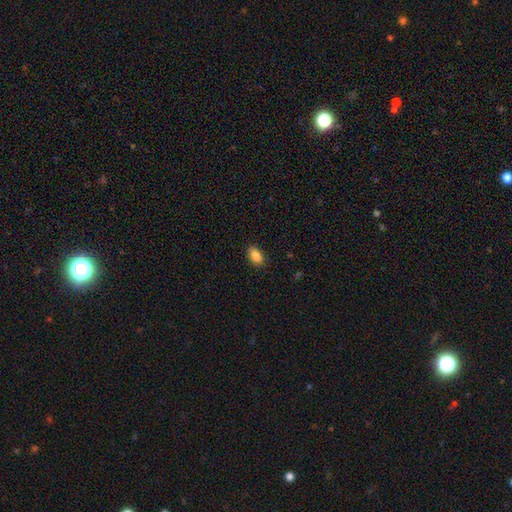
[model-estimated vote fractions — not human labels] smooth_or_featured: smooth (p=0.85) [alt: star or artifact p=0.08]
how_rounded: in between (p=0.90) [alt: round p=0.06]
merging: none (p=0.88) [alt: minor disturbance p=0.09]